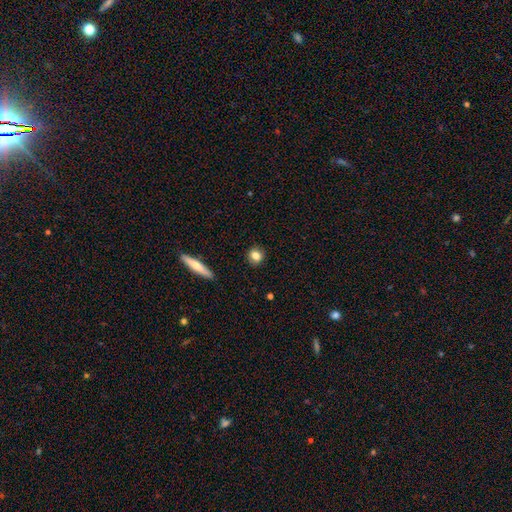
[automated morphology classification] This is clearly a smooth galaxy (80%). How rounded: likely round (77%). Merging: clearly none (89%).